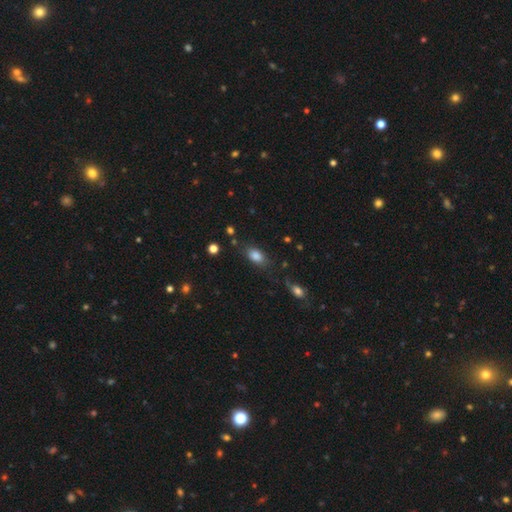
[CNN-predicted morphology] Smooth or featured? Predicted: smooth (p=0.84). How rounded? Predicted: in between (p=0.86). Merging? Predicted: none (p=0.75).